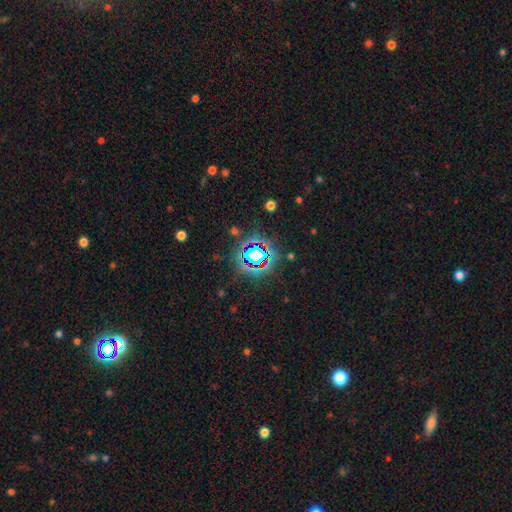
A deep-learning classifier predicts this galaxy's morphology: Smooth or featured: star or artifact — 73% (smooth — 16%)